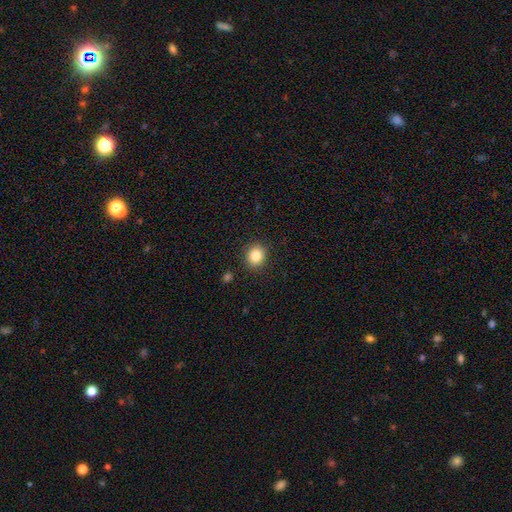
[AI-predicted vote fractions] Overall: smooth (84%). How rounded: round (82%). Merging: none (90%).